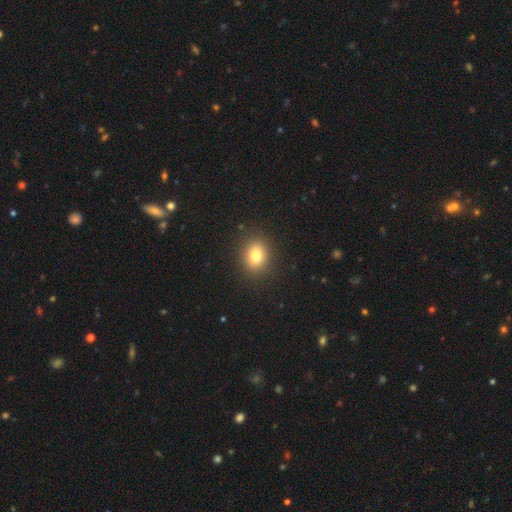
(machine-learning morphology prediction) smooth_or_featured: smooth (p=0.80) [alt: star or artifact p=0.12]
how_rounded: round (p=0.55) [alt: in between p=0.44]
merging: none (p=0.88) [alt: minor disturbance p=0.08]